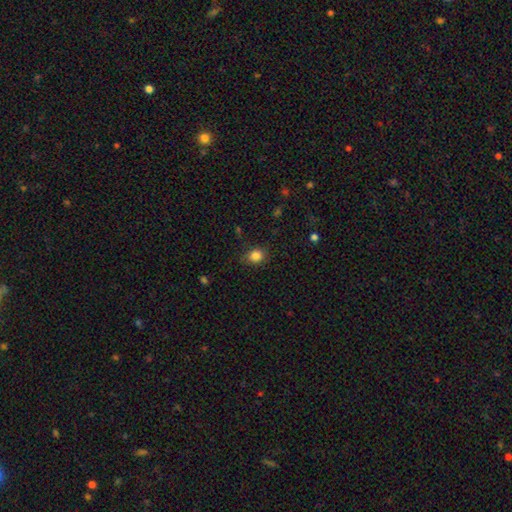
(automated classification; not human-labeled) Smooth or featured? smooth (84%)
How rounded? round (68%)
Merging? none (81%)